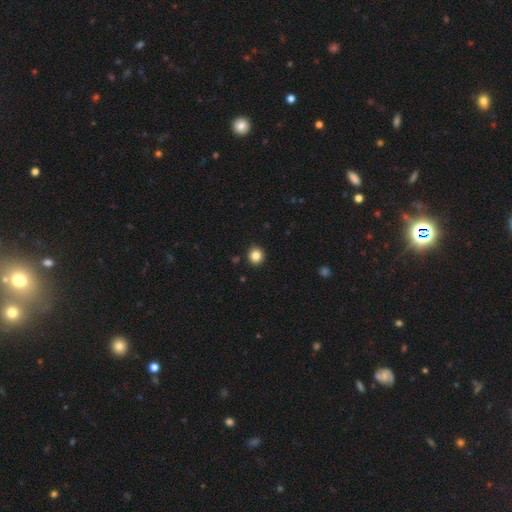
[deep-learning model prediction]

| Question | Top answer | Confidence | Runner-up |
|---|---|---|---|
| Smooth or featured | smooth | 85% | star or artifact (11%) |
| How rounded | round | 88% | in between (11%) |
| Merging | none | 92% | minor disturbance (6%) |